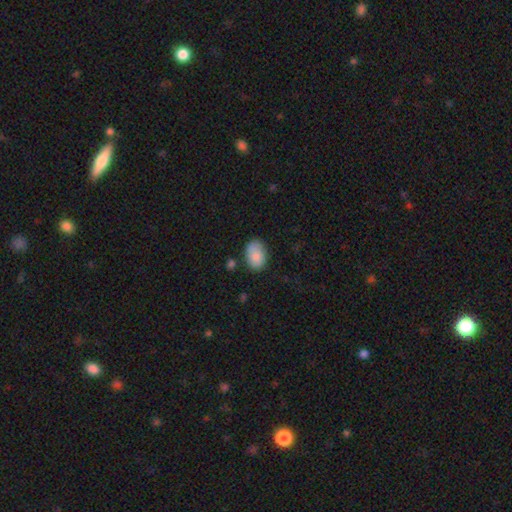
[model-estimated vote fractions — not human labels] This is clearly a smooth galaxy (87%). How rounded: clearly in between (86%). Merging: likely none (71%).